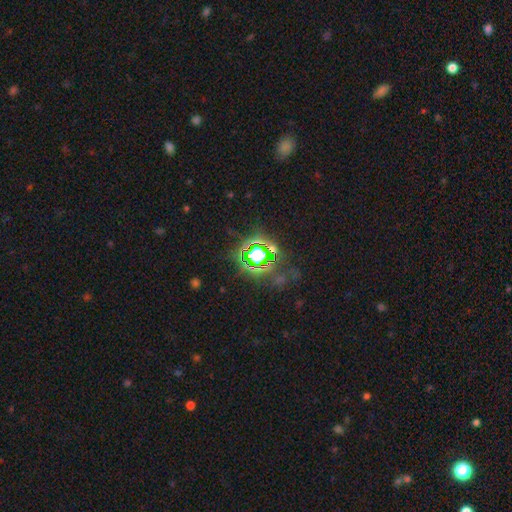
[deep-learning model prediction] smooth-or-featured: star or artifact: 74% | smooth: 15% | featured or disk: 11%